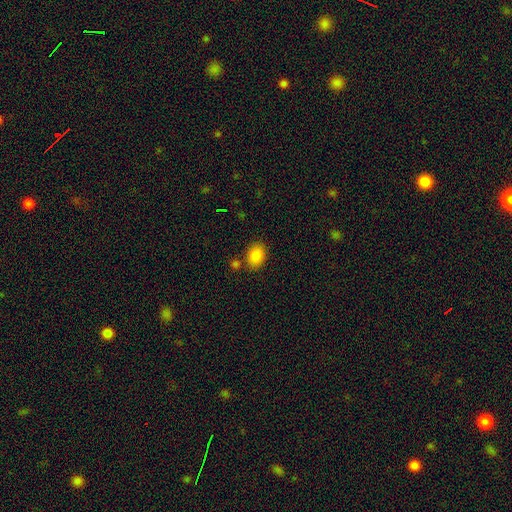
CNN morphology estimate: A smooth galaxy with no disk features (86%) that is in between round and cigar-shaped (75%). Merging: none (77%).